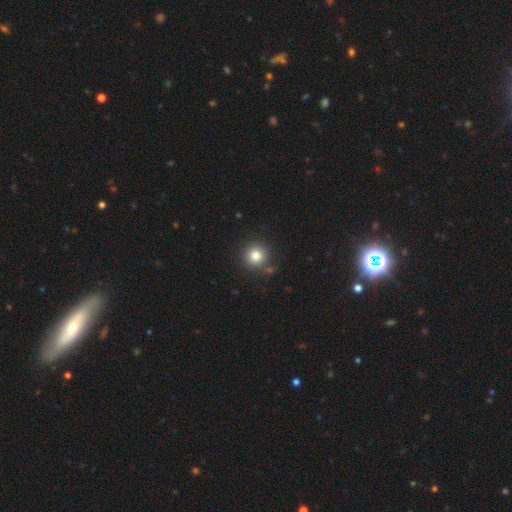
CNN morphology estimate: A smooth galaxy with no disk features (82%) that is round (94%).

Vote fractions:
- Smooth or featured? smooth: 82% / star or artifact: 12% / featured or disk: 7%
- How rounded? round: 94% / in between: 5% / cigar-shaped: 1%
- Merging? none: 83% / minor disturbance: 8% / merger: 6% / major disturbance: 3%